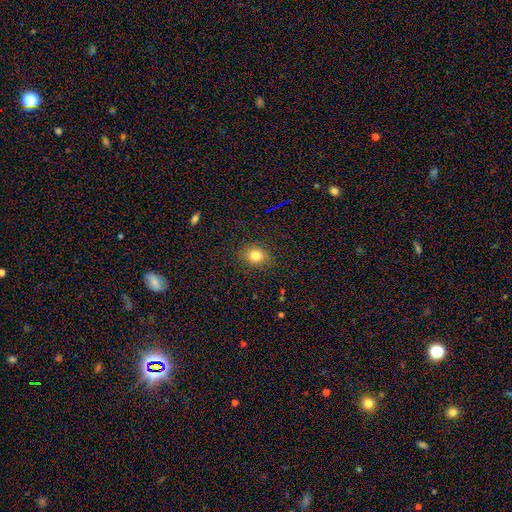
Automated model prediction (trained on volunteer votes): Smooth or featured? smooth (78%)
How rounded? round (61%)
Merging? none (86%)